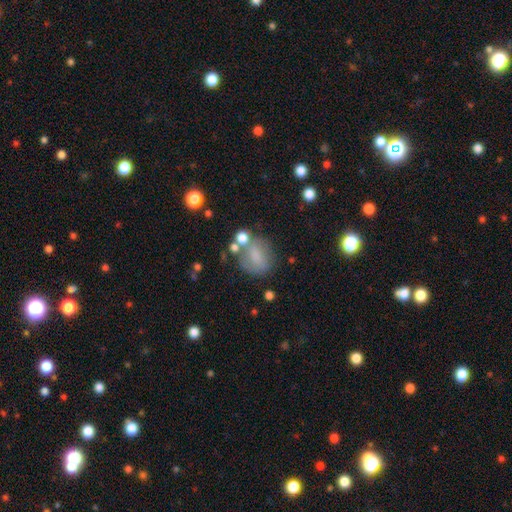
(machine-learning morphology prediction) smooth_or_featured: smooth (p=0.66) [alt: featured or disk p=0.21]
how_rounded: round (p=0.62) [alt: in between p=0.36]
merging: none (p=0.54) [alt: minor disturbance p=0.21]